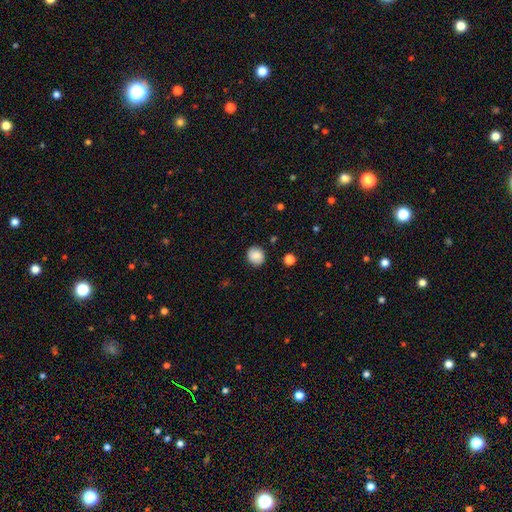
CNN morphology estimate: smooth_or_featured: smooth (p=0.83) [alt: featured or disk p=0.09]
how_rounded: round (p=0.82) [alt: in between p=0.17]
merging: none (p=0.88) [alt: minor disturbance p=0.09]